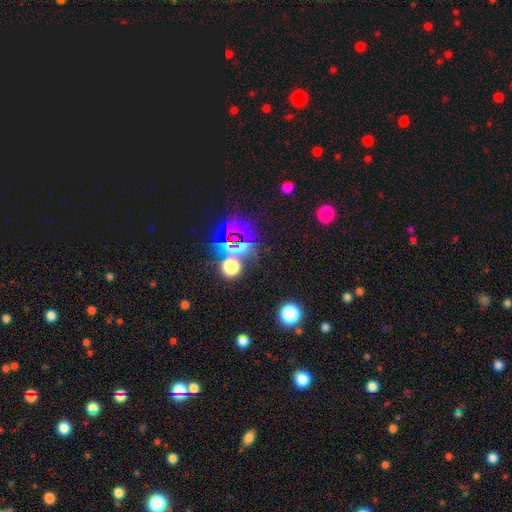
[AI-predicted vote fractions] This appears to be a star or artifact, not a galaxy (72%).